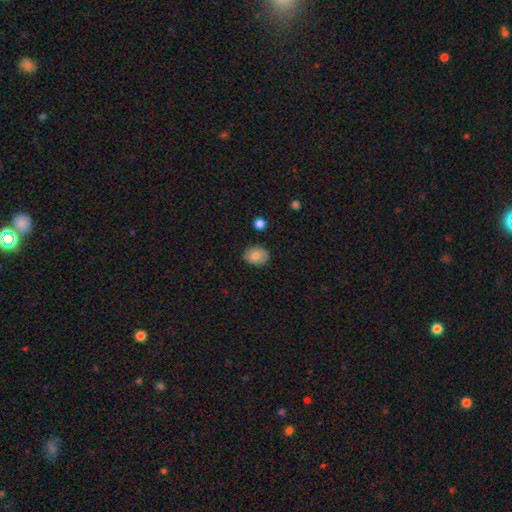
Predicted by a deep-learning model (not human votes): The model was most divided on "how rounded": in between: 59%, round: 40%, cigar-shaped: 1%. More confident: merging — none (84%); smooth or featured — smooth (74%).